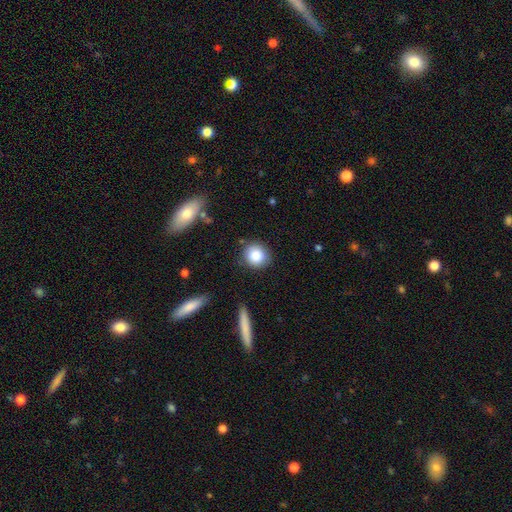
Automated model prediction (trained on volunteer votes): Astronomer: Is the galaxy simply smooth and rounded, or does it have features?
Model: smooth — 84%.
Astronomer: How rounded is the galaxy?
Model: round — 87%.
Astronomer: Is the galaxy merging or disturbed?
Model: none — 85%.